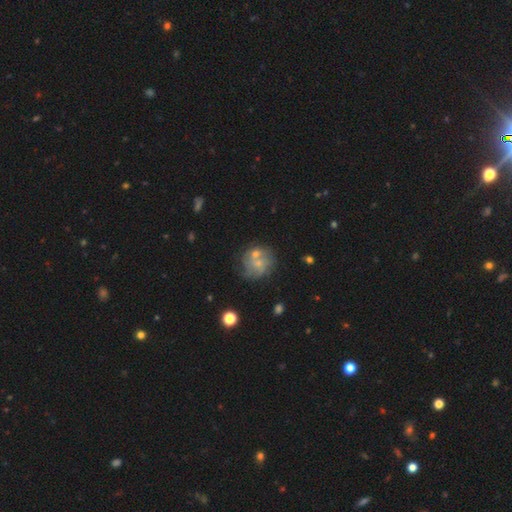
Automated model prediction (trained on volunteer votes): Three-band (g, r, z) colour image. It shows a featured or disk galaxy (47%). Merging: none (60%).